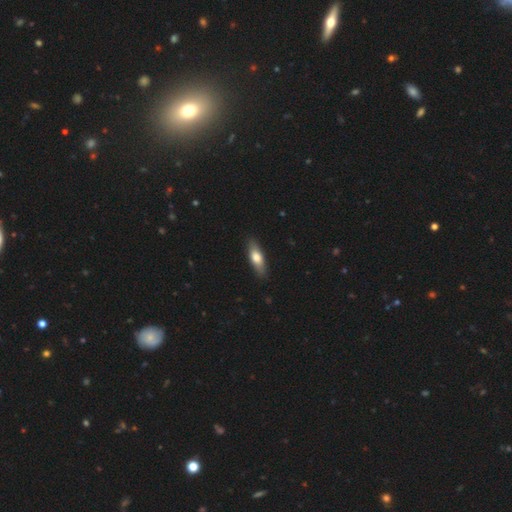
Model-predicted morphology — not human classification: smooth-or-featured: smooth: 67% | featured or disk: 28% | star or artifact: 5%
  how-rounded: in between: 51% | cigar-shaped: 46% | round: 3%
  merging: none: 88% | minor disturbance: 9% | major disturbance: 2% | merger: 1%